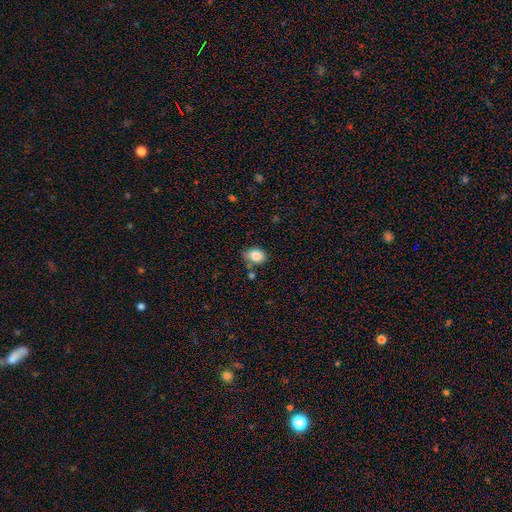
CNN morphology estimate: smooth 84%, star or artifact 9%, featured or disk 8%. Down the decision tree: how rounded — in between (63%); merging — none (67%).